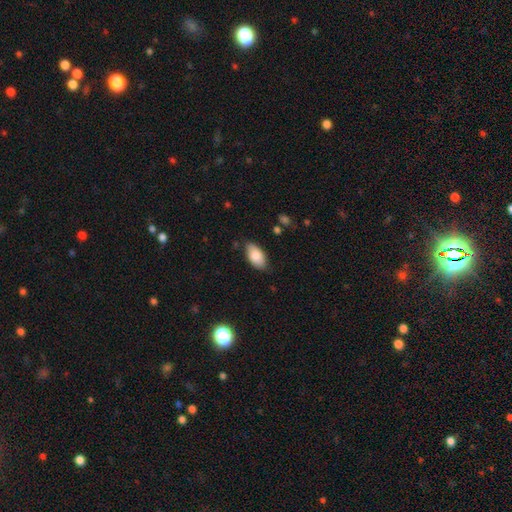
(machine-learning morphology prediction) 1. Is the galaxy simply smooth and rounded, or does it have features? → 84% smooth, 9% featured or disk, 6% star or artifact.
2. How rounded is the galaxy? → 94% in between, 3% round, 3% cigar-shaped.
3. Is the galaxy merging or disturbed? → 78% none, 18% minor disturbance, 3% major disturbance, 1% merger.